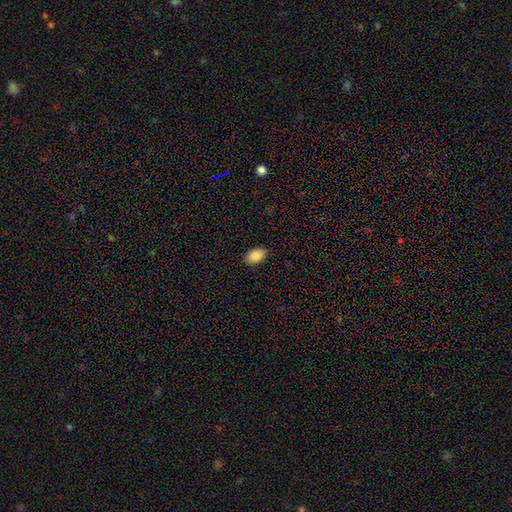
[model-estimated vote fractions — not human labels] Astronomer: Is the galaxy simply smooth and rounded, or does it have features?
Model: smooth — 88%.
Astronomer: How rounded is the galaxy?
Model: in between — 93%.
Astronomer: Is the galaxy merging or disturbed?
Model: none — 88%.